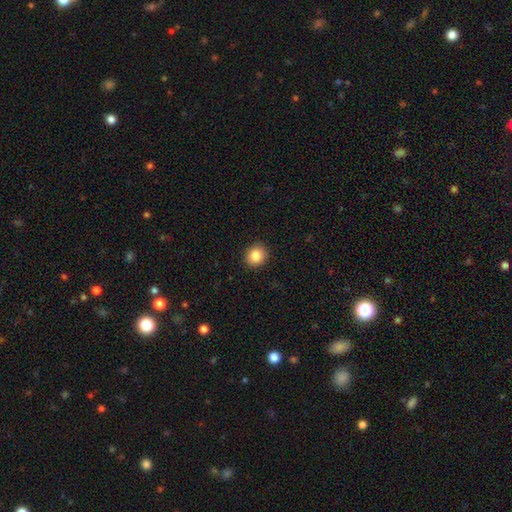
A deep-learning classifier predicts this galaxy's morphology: Smooth or featured? Predicted: smooth (p=0.86). How rounded? Predicted: round (p=0.80). Merging? Predicted: none (p=0.91).